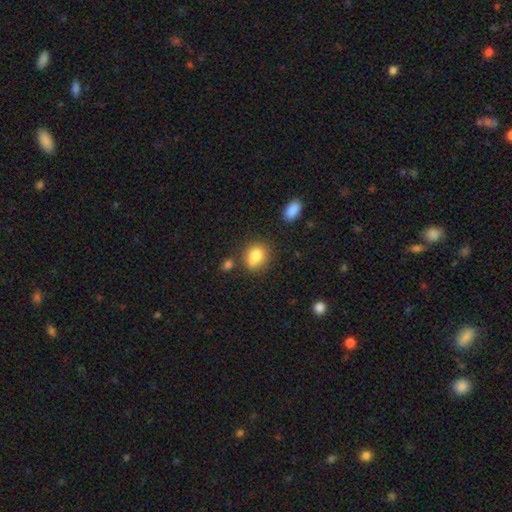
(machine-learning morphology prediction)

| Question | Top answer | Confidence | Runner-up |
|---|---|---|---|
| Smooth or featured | smooth | 80% | featured or disk (10%) |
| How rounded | round | 61% | in between (37%) |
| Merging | none | 60% | minor disturbance (21%) |